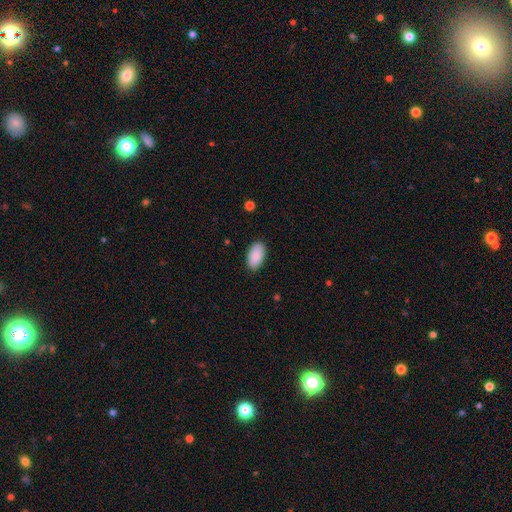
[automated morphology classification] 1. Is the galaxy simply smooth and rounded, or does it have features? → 90% smooth, 6% star or artifact, 4% featured or disk.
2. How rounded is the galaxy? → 95% in between, 3% round, 2% cigar-shaped.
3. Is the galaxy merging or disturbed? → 86% none, 11% minor disturbance, 2% major disturbance, 1% merger.